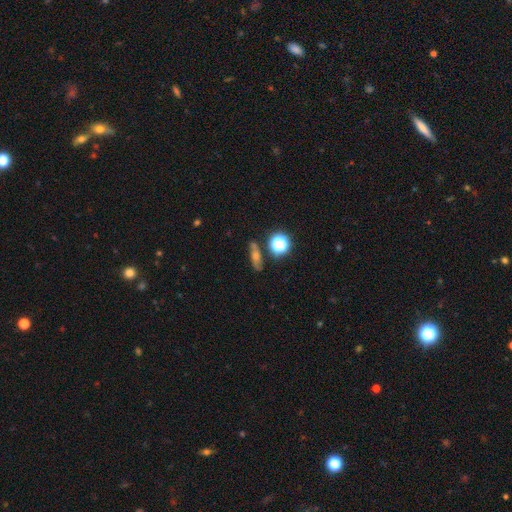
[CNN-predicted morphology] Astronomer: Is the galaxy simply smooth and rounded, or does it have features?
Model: smooth — 38% (runner-up: star or artifact, 33%).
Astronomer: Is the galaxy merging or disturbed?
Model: none — 77%.